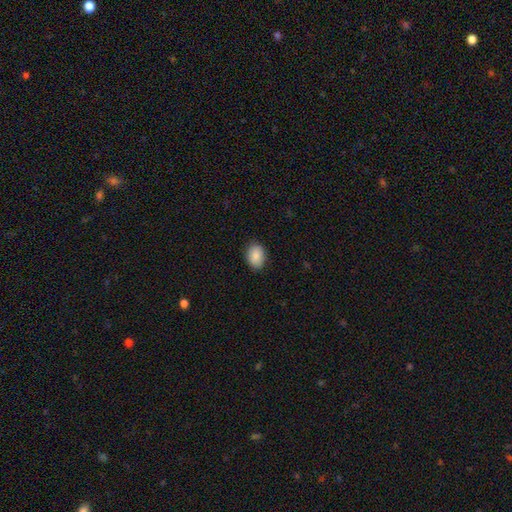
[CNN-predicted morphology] smooth-or-featured: smooth: 88% | star or artifact: 7% | featured or disk: 5%
  how-rounded: in between: 77% | round: 22% | cigar-shaped: 1%
  merging: none: 85% | minor disturbance: 11% | major disturbance: 2% | merger: 1%